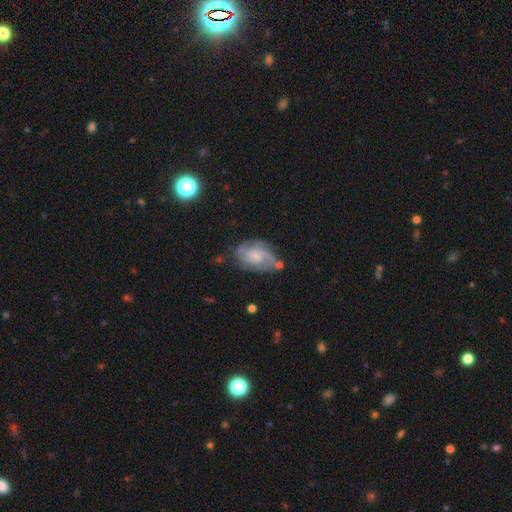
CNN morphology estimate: This appears to be a featured or disk galaxy (67%) with no bar (54%), 2 (41%) medium (44%) spiral arms (85%) and a moderate central bulge (36%). Merging: none (55%).